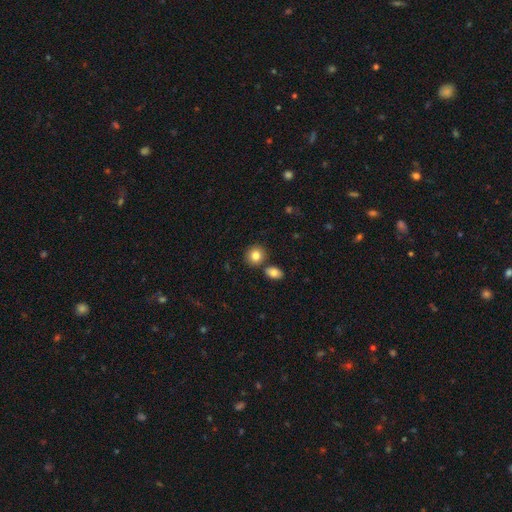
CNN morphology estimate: Smooth or featured? smooth (84%)
How rounded? round (80%)
Merging? none (73%)